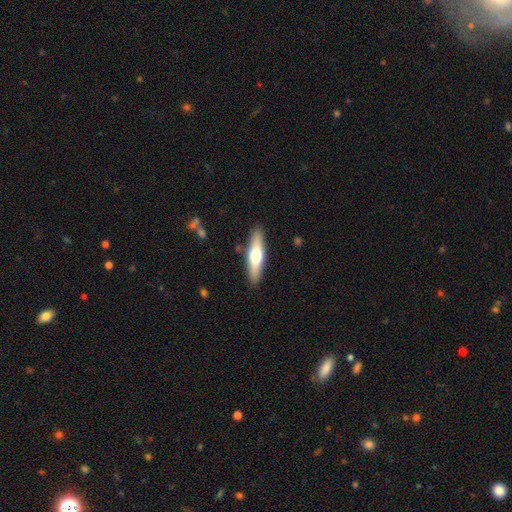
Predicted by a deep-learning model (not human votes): A smooth galaxy with no disk features (52%) that is cigar-shaped (70%).

Vote fractions:
- Smooth or featured? smooth: 52% / featured or disk: 43% / star or artifact: 5%
- How rounded? cigar-shaped: 70% / in between: 28% / round: 2%
- Merging? none: 88% / minor disturbance: 8% / major disturbance: 2% / merger: 2%